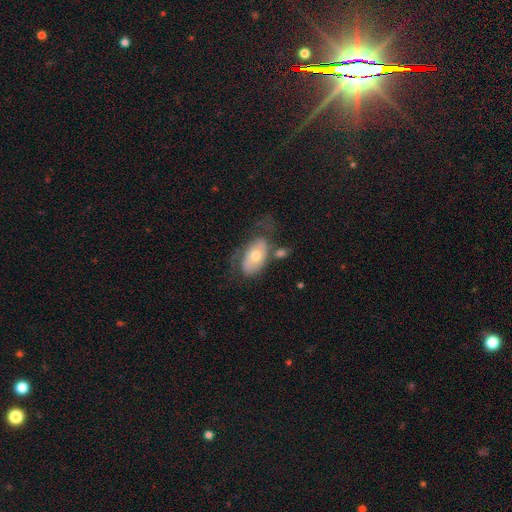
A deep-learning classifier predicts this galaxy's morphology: smooth-or-featured: smooth: 51% | featured or disk: 42% | star or artifact: 6%
  how-rounded: in between: 92% | round: 6% | cigar-shaped: 2%
  merging: none: 42% | minor disturbance: 24% | major disturbance: 22% | merger: 12%